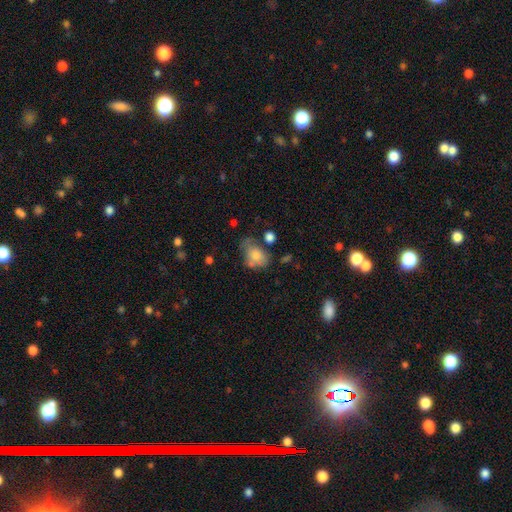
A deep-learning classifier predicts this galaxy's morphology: type=smooth (69%); roundness=in between (75%); merging=none (34%).